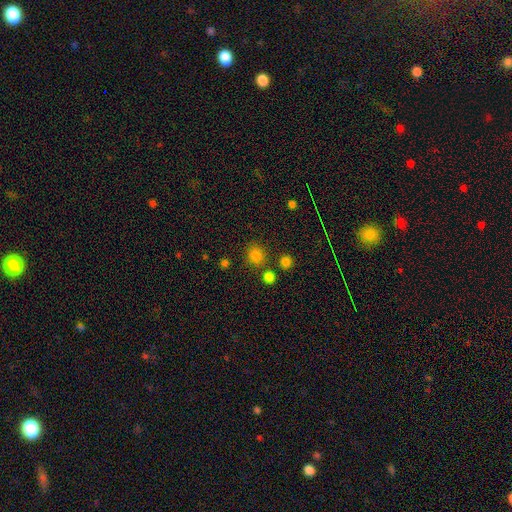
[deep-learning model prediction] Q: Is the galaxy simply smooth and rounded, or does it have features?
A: smooth — 80%.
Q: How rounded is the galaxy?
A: round — 86%.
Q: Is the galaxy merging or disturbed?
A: none — 79%.